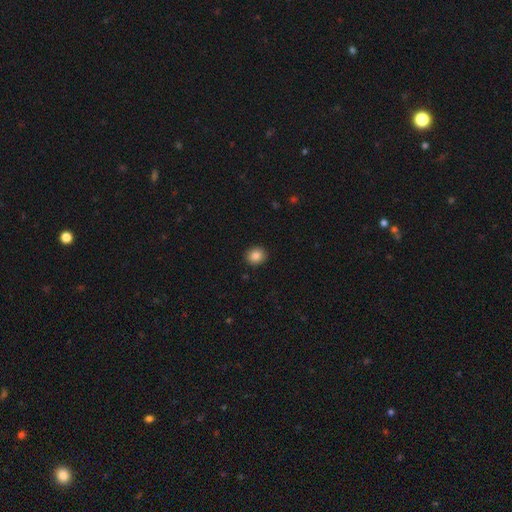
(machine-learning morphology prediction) Overall: smooth (86%). How rounded: round (80%). Merging: none (92%).